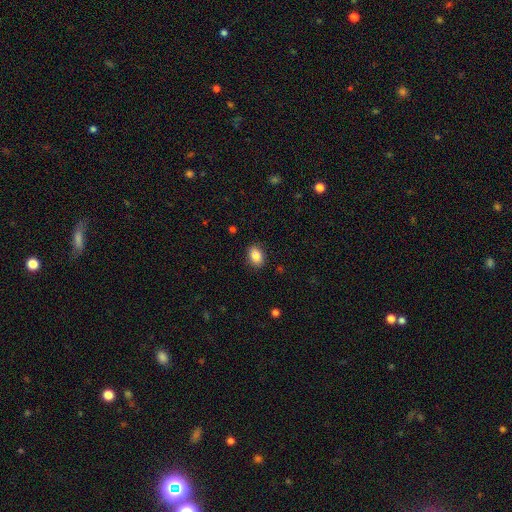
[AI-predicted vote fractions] smooth_or_featured: smooth (p=0.86) [alt: star or artifact p=0.08]
how_rounded: in between (p=0.71) [alt: round p=0.28]
merging: none (p=0.87) [alt: minor disturbance p=0.10]